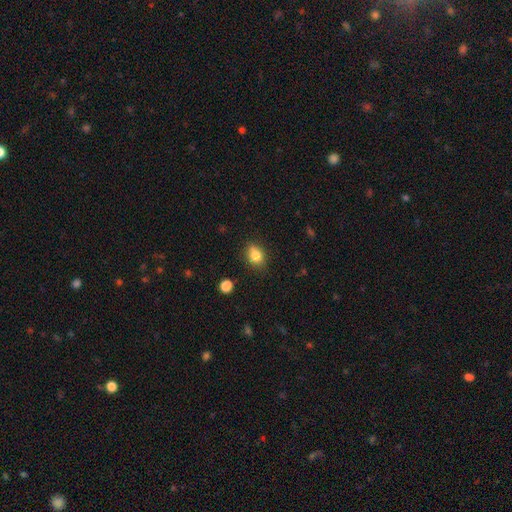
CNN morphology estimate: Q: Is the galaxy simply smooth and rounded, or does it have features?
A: smooth — 81%.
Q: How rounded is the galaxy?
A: in between — 53%.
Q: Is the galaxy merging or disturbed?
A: none — 69%.